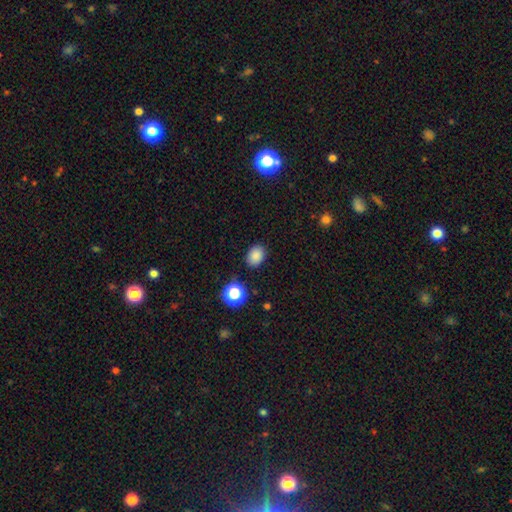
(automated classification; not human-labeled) This appears to be a smooth galaxy with no disk features (84%) that is in between round and cigar-shaped (67%). Merging: none (85%).